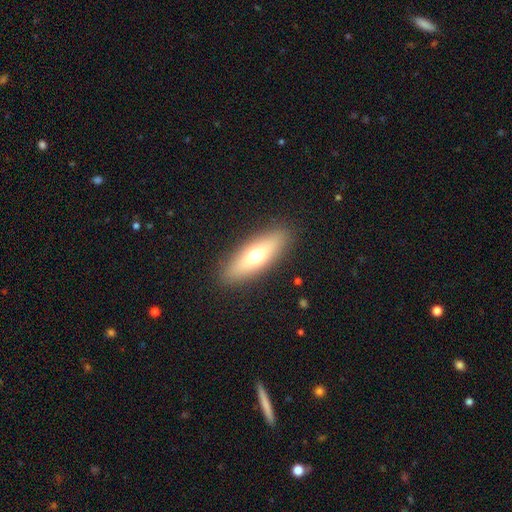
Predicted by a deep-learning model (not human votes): The model was most divided on "how rounded": in between: 53%, cigar-shaped: 43%, round: 4%. More confident: merging — none (89%); smooth or featured — smooth (59%).